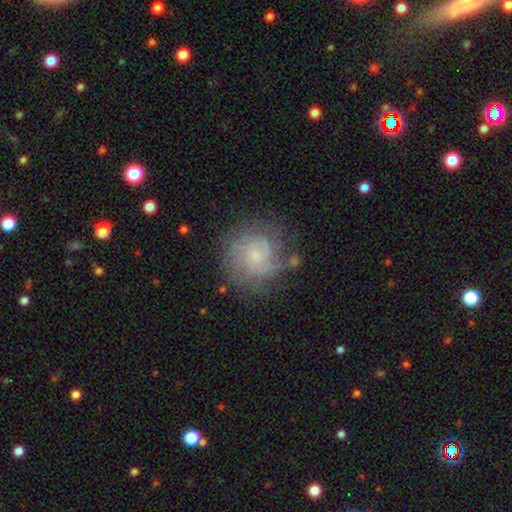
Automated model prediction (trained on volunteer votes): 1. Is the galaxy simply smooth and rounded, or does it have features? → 61% featured or disk, 30% smooth, 9% star or artifact.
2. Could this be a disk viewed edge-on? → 98% no, 2% yes.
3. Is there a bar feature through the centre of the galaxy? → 72% no, 25% weak, 3% strong.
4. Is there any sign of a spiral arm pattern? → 82% yes, 18% no.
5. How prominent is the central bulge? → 56% small, 24% moderate, 16% none, 3% large, 1% dominant.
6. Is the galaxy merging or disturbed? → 65% none, 20% minor disturbance, 12% major disturbance, 3% merger.